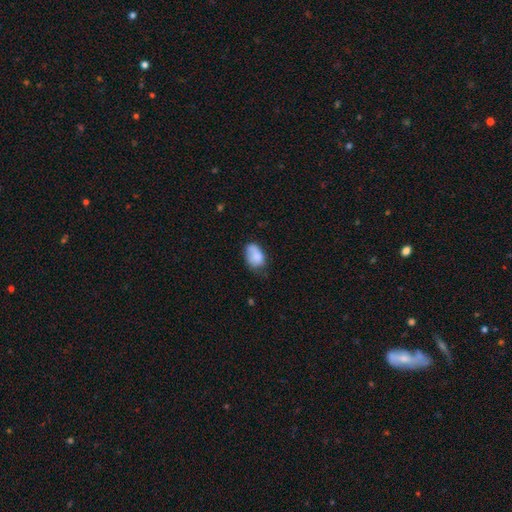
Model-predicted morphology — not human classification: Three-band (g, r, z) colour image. It shows a smooth galaxy with no disk features (77%) that is in between round and cigar-shaped (82%). Merging: none (45%).